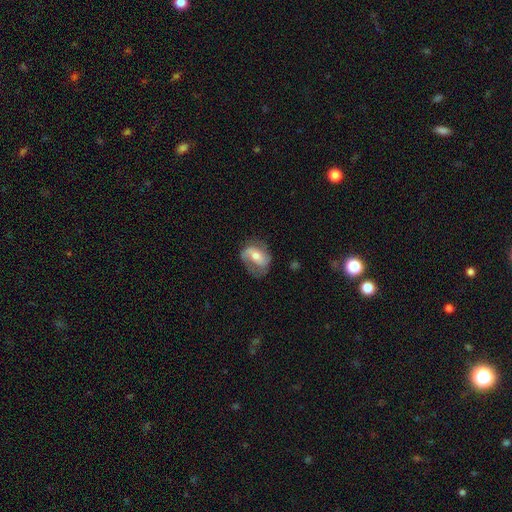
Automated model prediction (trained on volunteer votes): Smooth or featured: featured or disk — 69% (smooth — 24%)
Edge-on disk: no — 96% (yes — 4%)
Bar: weak — 39% (no — 35%)
Spiral arms: yes — 88% (no — 12%)
Spiral winding: medium — 43% (loose — 32%)
Spiral arm count: 2 — 73% (1 — 14%)
Bulge size: moderate — 62% (small — 30%)
Merging: none — 63% (minor disturbance — 22%)